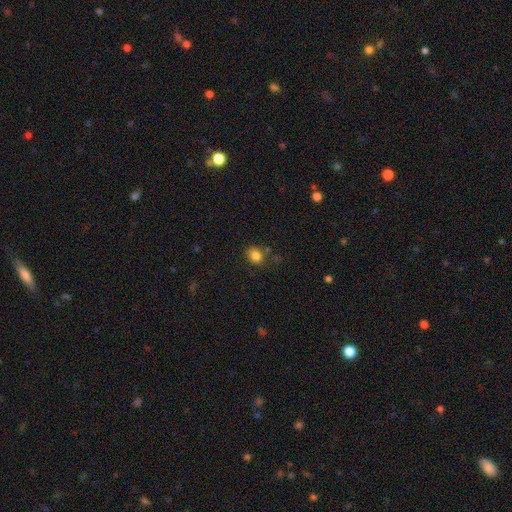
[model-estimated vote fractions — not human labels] A smooth galaxy with no disk features (82%) that is round (62%).

Vote fractions:
- Smooth or featured? smooth: 82% / star or artifact: 12% / featured or disk: 6%
- How rounded? round: 62% / in between: 37% / cigar-shaped: 1%
- Merging? none: 72% / minor disturbance: 16% / merger: 7% / major disturbance: 5%